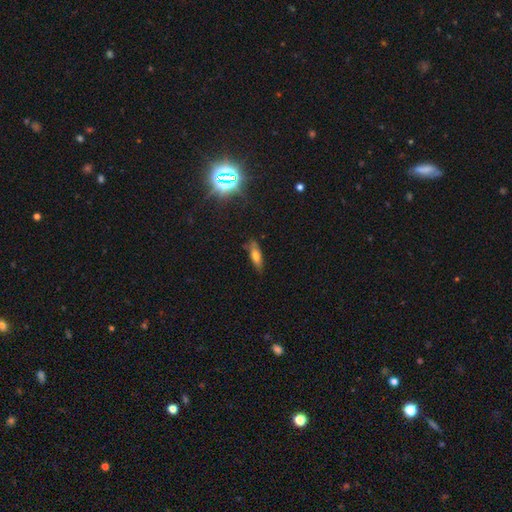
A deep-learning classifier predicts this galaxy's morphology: The model was most divided on "how rounded": cigar-shaped: 55%, in between: 43%, round: 3%. More confident: merging — none (77%); smooth or featured — smooth (62%).